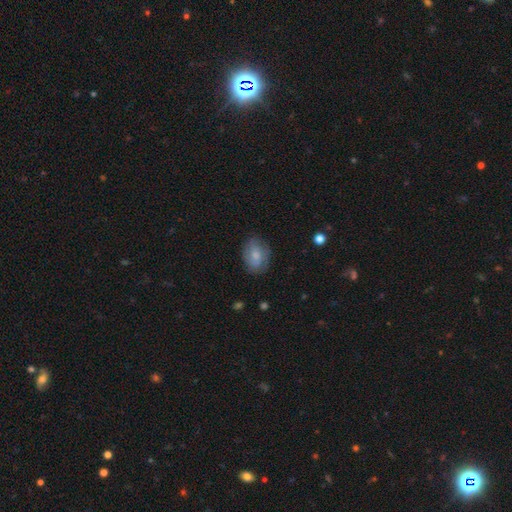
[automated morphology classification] Overall: smooth (71%). How rounded: in between (75%). Merging: none (75%).